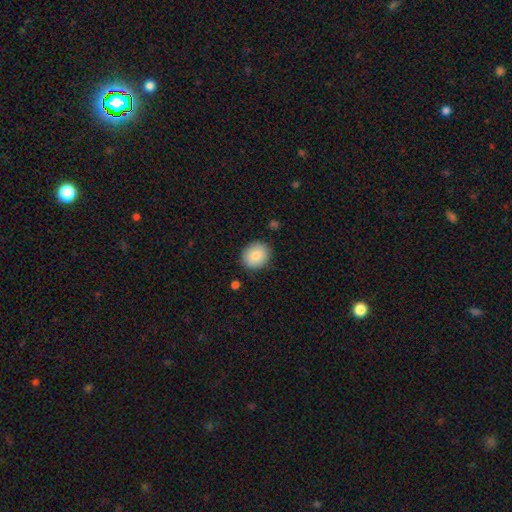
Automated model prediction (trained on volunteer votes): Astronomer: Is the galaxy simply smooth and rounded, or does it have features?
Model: smooth — 84%.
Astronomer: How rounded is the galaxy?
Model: round — 77%.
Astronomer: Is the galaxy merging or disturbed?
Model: none — 86%.